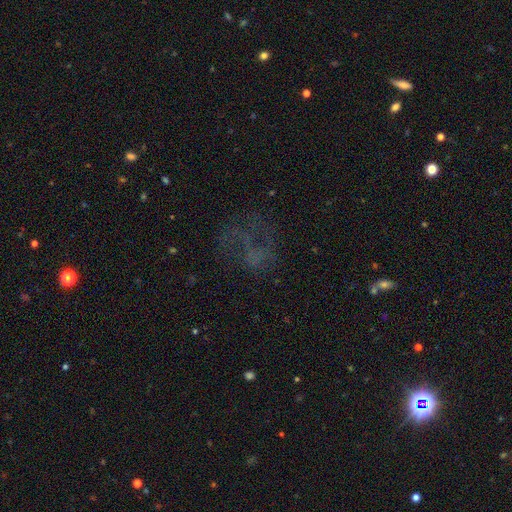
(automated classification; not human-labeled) A featured or disk galaxy (37%). Merging: none (46%).